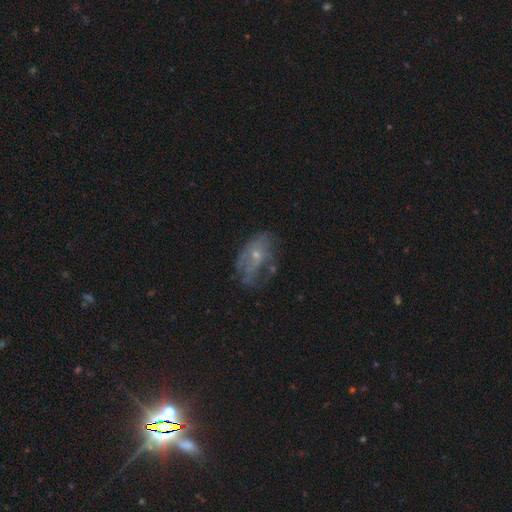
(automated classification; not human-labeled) smooth_or_featured: featured or disk (p=0.54) [alt: smooth p=0.33]
disk_edge_on: no (p=0.94) [alt: yes p=0.06]
bar: no (p=0.82) [alt: weak p=0.15]
has_spiral_arms: no (p=0.67) [alt: yes p=0.33]
bulge_size: small (p=0.70) [alt: moderate p=0.22]
merging: none (p=0.36) [alt: major disturbance p=0.32]